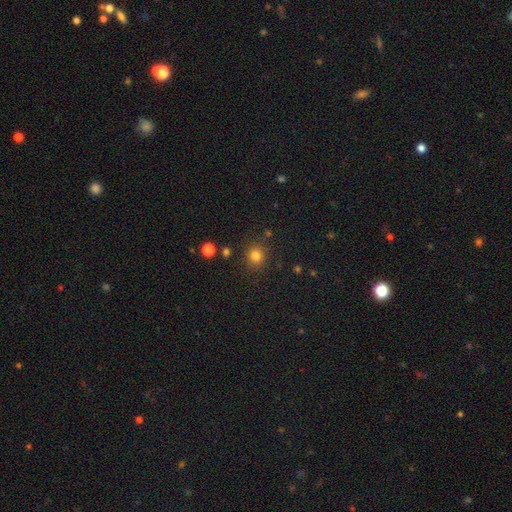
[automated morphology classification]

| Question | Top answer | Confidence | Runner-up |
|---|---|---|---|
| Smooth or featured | smooth | 81% | star or artifact (14%) |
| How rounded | round | 87% | in between (12%) |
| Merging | none | 85% | minor disturbance (9%) |